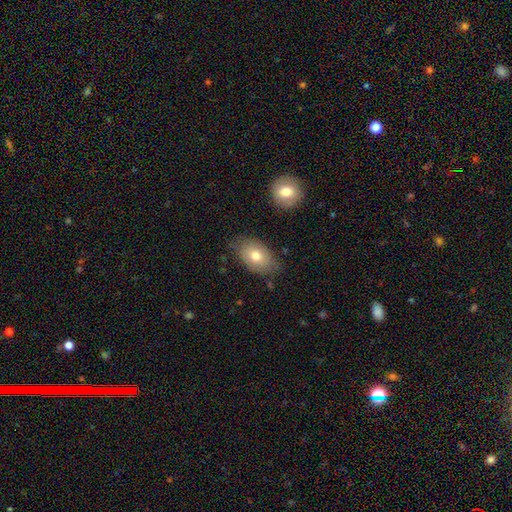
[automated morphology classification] The model was most divided on "merging": none: 73%, minor disturbance: 20%, major disturbance: 5%, merger: 3%. More confident: how rounded — in between (87%); smooth or featured — smooth (73%).